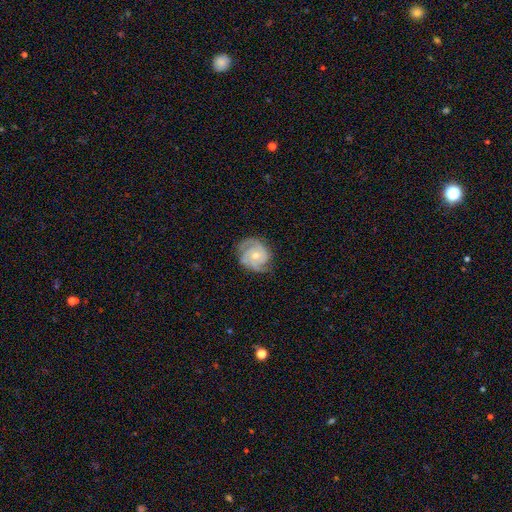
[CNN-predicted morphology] Smooth or featured?
  - featured or disk: 83% *
  - smooth: 12%
  - star or artifact: 5%
Edge-on disk?
  - no: 98% *
  - yes: 2%
Bar?
  - no: 73% *
  - weak: 22%
  - strong: 4%
Spiral arms?
  - yes: 96% *
  - no: 4%
Spiral winding?
  - tight: 55% *
  - medium: 37%
  - loose: 8%
Spiral arm count?
  - 2: 46% *
  - 3: 31%
  - can't tell: 12%
  - 4: 5%
  - 1: 4%
  - more than 4: 3%
Bulge size?
  - moderate: 48% * (tied)
  - small: 48% * (tied)
  - large: 2%
  - none: 1%
  - dominant: 1%
Merging?
  - none: 73% *
  - minor disturbance: 20%
  - major disturbance: 6%
  - merger: 1%